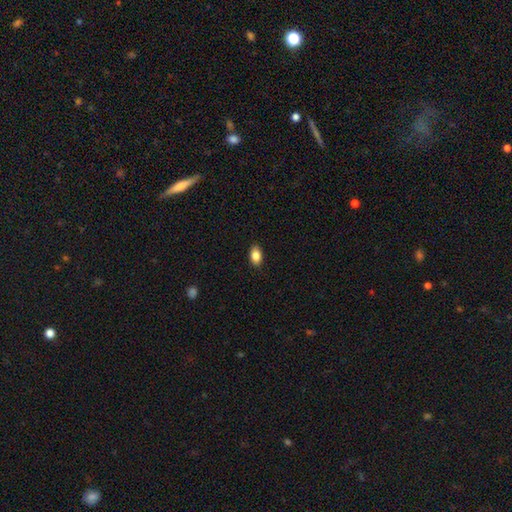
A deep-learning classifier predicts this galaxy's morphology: Smooth or featured? smooth (85%)
How rounded? in between (88%)
Merging? none (89%)